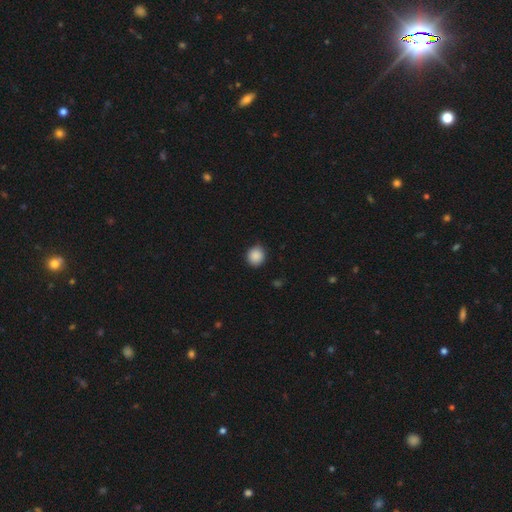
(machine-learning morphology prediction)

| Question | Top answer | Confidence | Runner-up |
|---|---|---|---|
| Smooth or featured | smooth | 89% | star or artifact (9%) |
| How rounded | round | 86% | in between (13%) |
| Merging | none | 86% | minor disturbance (10%) |